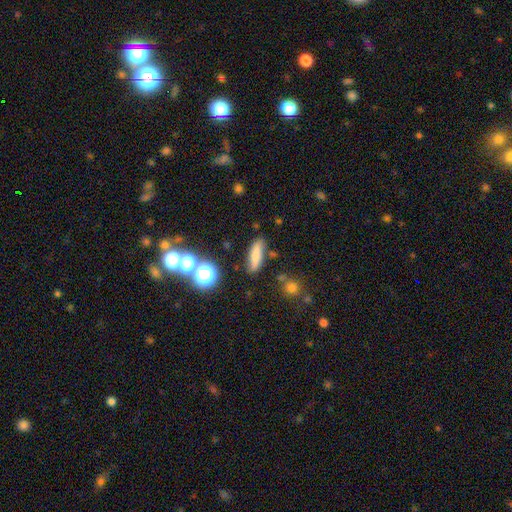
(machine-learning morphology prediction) A smooth galaxy with no disk features (73%) that is cigar-shaped (57%). Merging: none (78%).